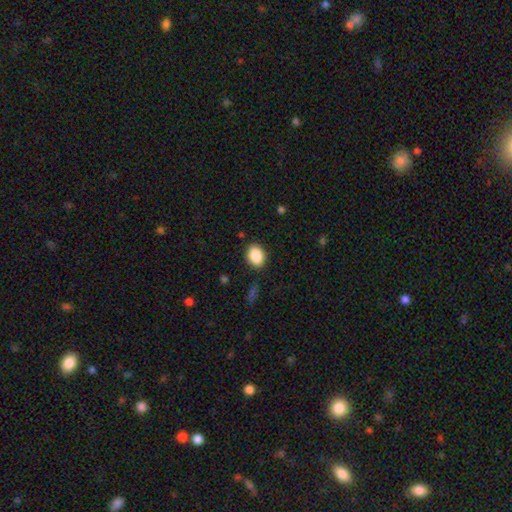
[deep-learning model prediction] A smooth galaxy with no disk features (88%) that is in between round and cigar-shaped (64%). Merging: none (87%).